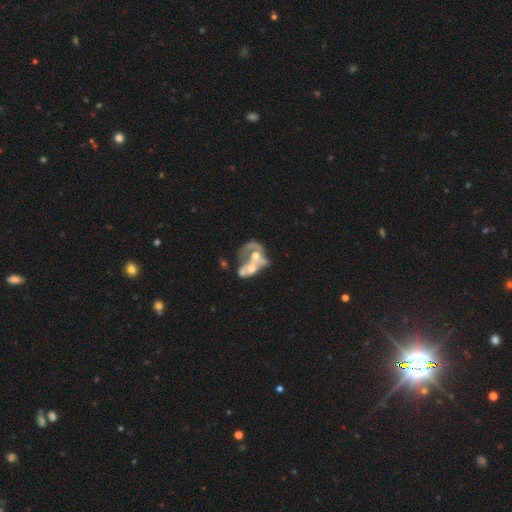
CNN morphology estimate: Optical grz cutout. It shows a featured or disk galaxy (65%) with no bar (81%), no spiral arms (66%) and a moderate central bulge (58%). Merging: merger (75%).